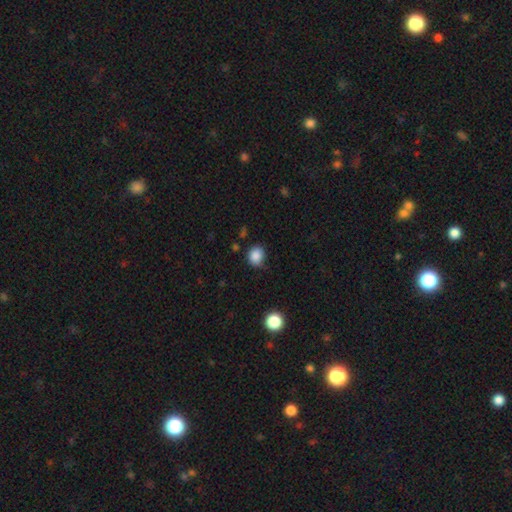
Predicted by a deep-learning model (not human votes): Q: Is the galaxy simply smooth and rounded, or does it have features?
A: smooth — 86%.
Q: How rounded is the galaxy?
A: round — 73%.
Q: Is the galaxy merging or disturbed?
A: none — 74%.